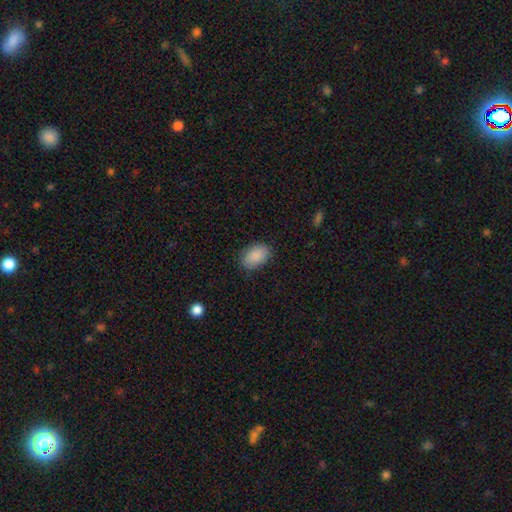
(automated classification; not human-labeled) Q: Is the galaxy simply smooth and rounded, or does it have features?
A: smooth — 89%.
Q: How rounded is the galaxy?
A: in between — 90%.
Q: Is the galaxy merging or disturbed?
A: none — 84%.